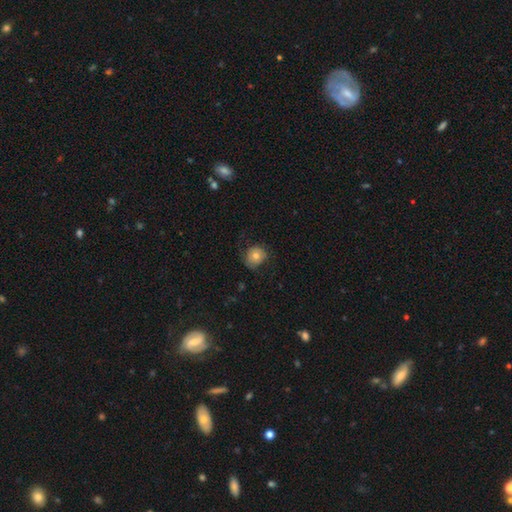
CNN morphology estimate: Q: Smooth or featured?
A: smooth (73%); runner-up: featured or disk (19%)
Q: How rounded?
A: round (76%); runner-up: in between (23%)
Q: Merging?
A: none (64%); runner-up: minor disturbance (23%)